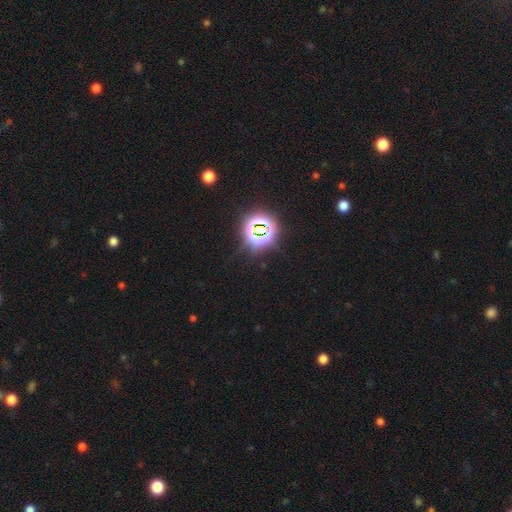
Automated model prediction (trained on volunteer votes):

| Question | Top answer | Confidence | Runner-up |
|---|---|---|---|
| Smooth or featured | star or artifact | 85% | smooth (9%) |